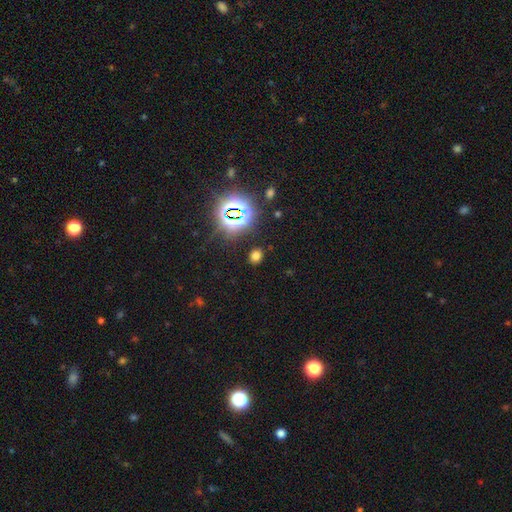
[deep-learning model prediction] A smooth galaxy with no disk features (62%) that is round (58%).

Vote fractions:
- Smooth or featured? smooth: 62% / star or artifact: 32% / featured or disk: 6%
- How rounded? round: 58% / in between: 41% / cigar-shaped: 1%
- Merging? none: 86% / minor disturbance: 9% / major disturbance: 3% / merger: 2%